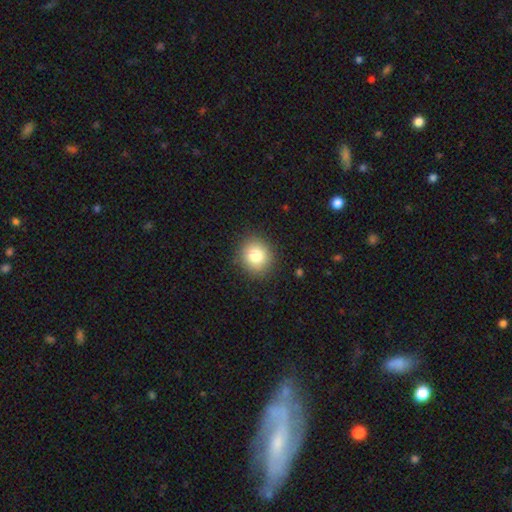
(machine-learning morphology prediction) This appears to be a smooth galaxy with no disk features (82%) that is round (85%). Merging: none (89%).